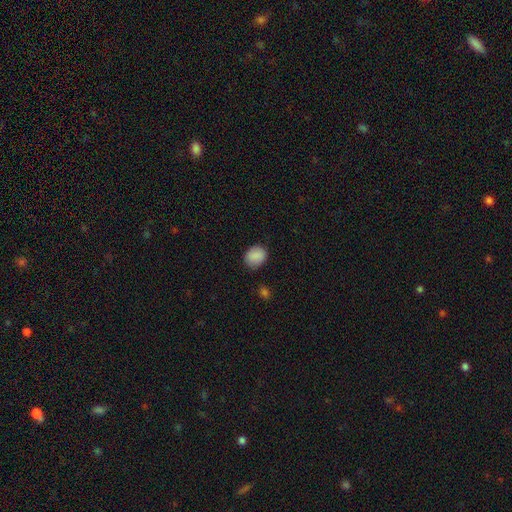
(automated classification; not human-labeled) A smooth galaxy with no disk features (88%) that is round (63%).

Vote fractions:
- Smooth or featured? smooth: 88% / star or artifact: 8% / featured or disk: 4%
- How rounded? round: 63% / in between: 36% / cigar-shaped: 1%
- Merging? none: 81% / minor disturbance: 15% / major disturbance: 3% / merger: 1%